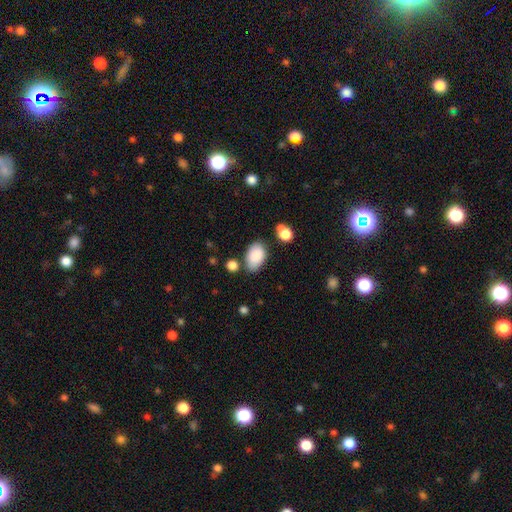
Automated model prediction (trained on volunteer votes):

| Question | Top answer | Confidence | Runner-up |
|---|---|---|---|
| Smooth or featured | smooth | 87% | star or artifact (7%) |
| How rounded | in between | 92% | round (7%) |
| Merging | none | 71% | minor disturbance (17%) |